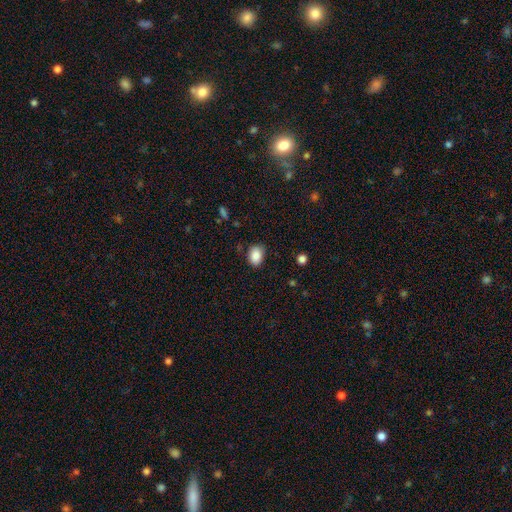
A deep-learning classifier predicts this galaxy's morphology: smooth-or-featured: smooth: 88% | star or artifact: 8% | featured or disk: 4%
  how-rounded: in between: 77% | round: 22% | cigar-shaped: 1%
  merging: none: 81% | minor disturbance: 14% | major disturbance: 3% | merger: 1%